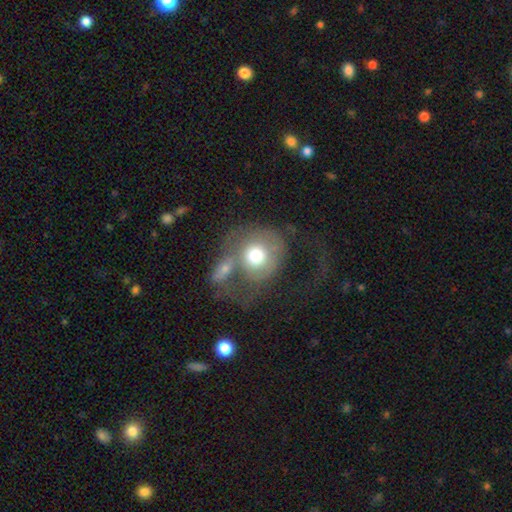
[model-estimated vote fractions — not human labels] A smooth galaxy with no disk features (60%) that is round (78%). Merging: merger (41%).